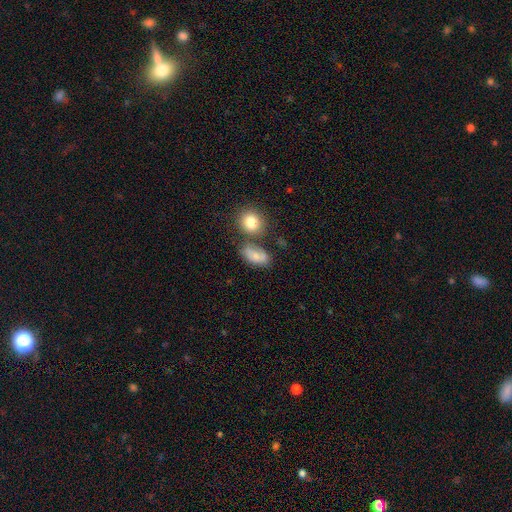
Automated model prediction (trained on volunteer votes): Overall: smooth (73%). How rounded: in between (79%). Merging: none (54%; minor disturbance 20%).